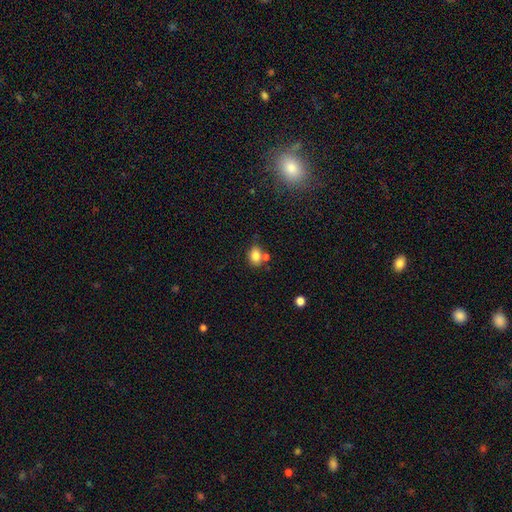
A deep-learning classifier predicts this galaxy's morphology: The model was most divided on "how rounded": in between: 65%, round: 34%, cigar-shaped: 1%. More confident: smooth or featured — smooth (82%); merging — none (58%).